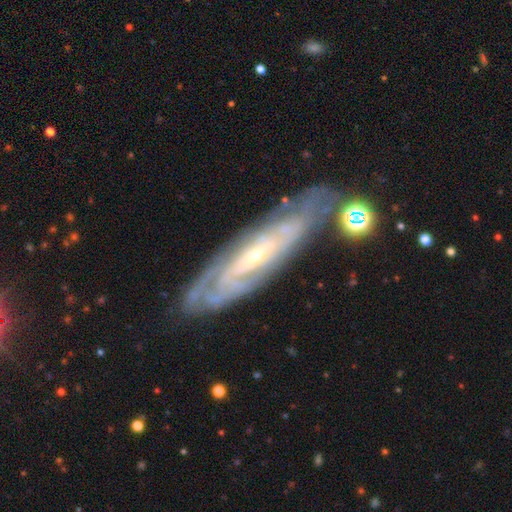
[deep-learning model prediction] Morphology: type=featured or disk (83%); edge-on=no (76%); bar=no (48%); spiral arms=yes (92%); winding=tight (73%); arm count=can't tell (55%); bulge=small (74%); merging=none (72%).